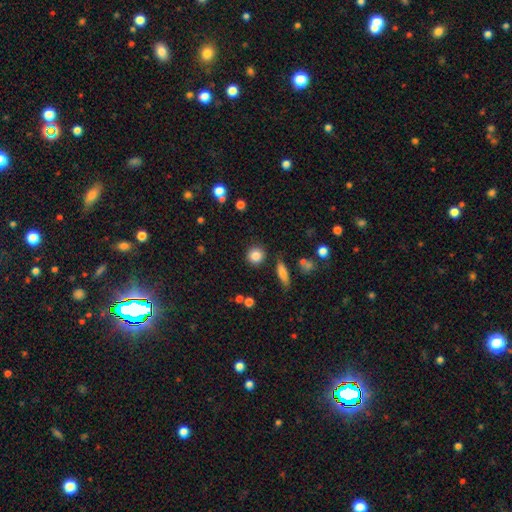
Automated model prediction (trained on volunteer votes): Smooth or featured? Predicted: smooth (p=0.84). How rounded? Predicted: round (p=0.88). Merging? Predicted: none (p=0.86).